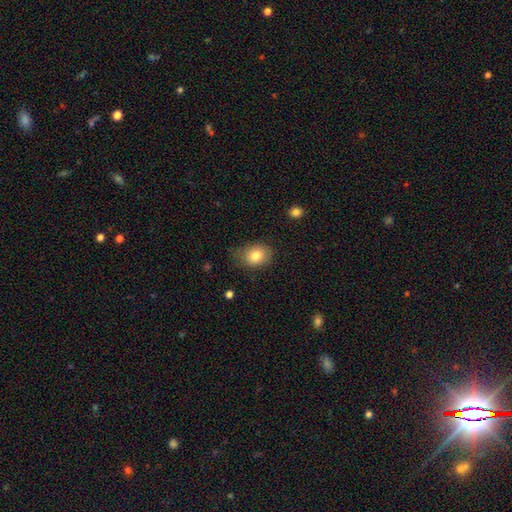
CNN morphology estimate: The model was most divided on "how rounded": in between: 62%, round: 37%, cigar-shaped: 1%. More confident: smooth or featured — smooth (81%); merging — none (71%).